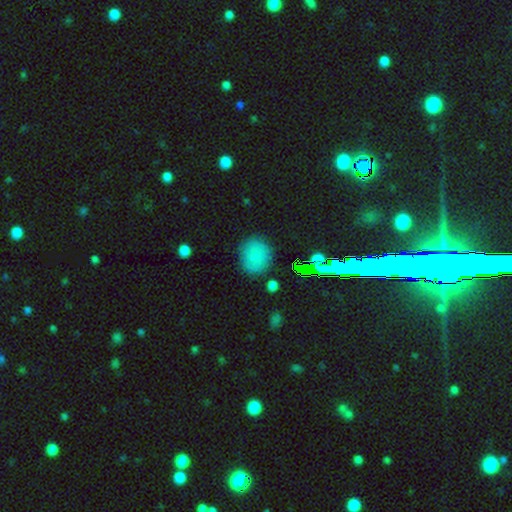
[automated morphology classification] A smooth galaxy with no disk features (76%) that is round (76%).

Vote fractions:
- Smooth or featured? smooth: 76% / star or artifact: 17% / featured or disk: 7%
- How rounded? round: 76% / in between: 23% / cigar-shaped: 1%
- Merging? none: 83% / minor disturbance: 11% / major disturbance: 3% / merger: 2%